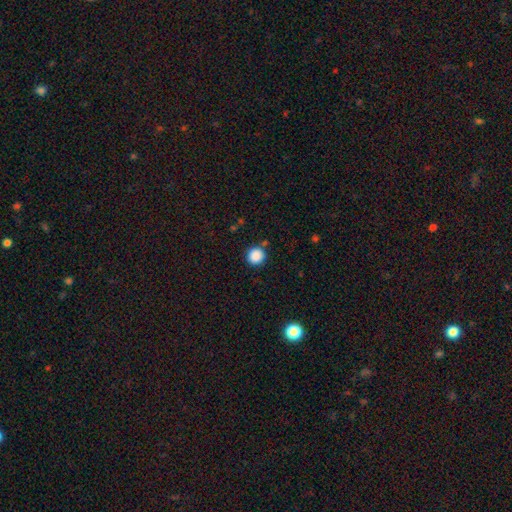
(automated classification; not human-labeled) smooth-or-featured: smooth: 87% | star or artifact: 10% | featured or disk: 3%
  how-rounded: round: 94% | in between: 5% | cigar-shaped: 1%
  merging: none: 86% | minor disturbance: 8% | merger: 4% | major disturbance: 3%